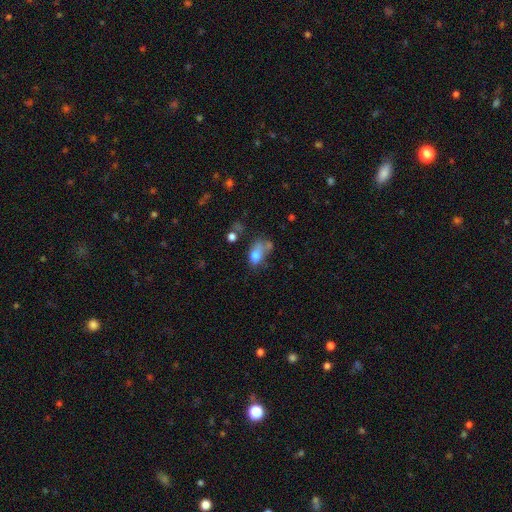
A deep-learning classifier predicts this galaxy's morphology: Overall: smooth (71%). How rounded: in between (74%). Merging: merger (28%; none 27%).